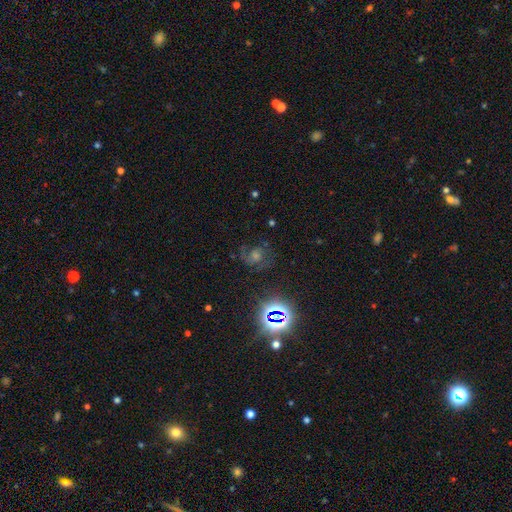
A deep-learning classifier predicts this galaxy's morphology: type=featured or disk (41%); merging=none (66%).